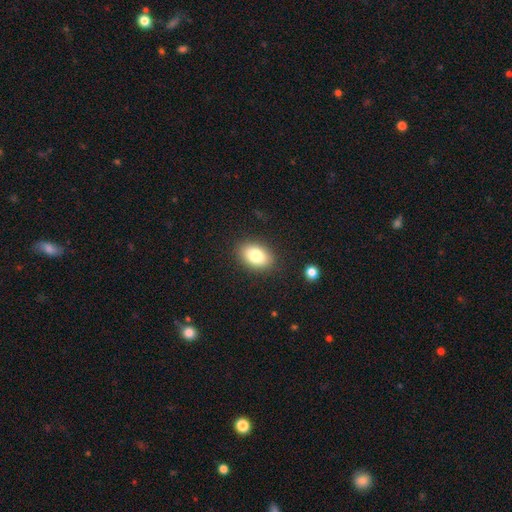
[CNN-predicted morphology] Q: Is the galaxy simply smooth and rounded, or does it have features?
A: smooth — 81%.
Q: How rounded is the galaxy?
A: in between — 85%.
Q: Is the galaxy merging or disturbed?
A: none — 87%.